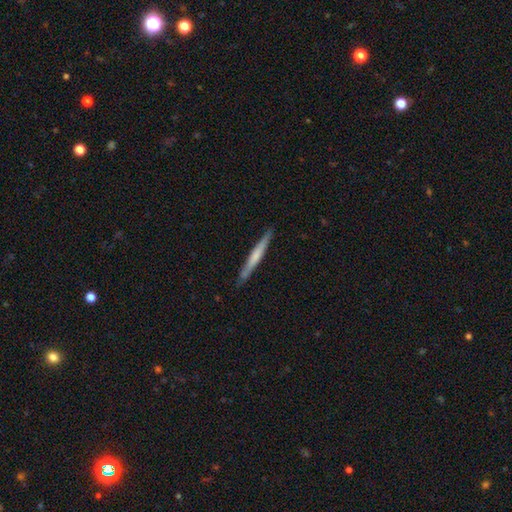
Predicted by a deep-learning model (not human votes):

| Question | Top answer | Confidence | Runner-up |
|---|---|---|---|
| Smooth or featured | smooth | 48% | featured or disk (47%) |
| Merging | none | 87% | minor disturbance (10%) |